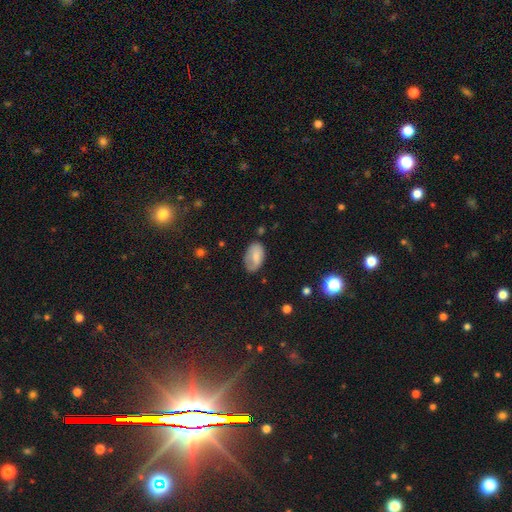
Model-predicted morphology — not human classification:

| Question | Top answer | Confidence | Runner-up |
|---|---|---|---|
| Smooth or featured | smooth | 73% | featured or disk (18%) |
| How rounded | in between | 93% | round (6%) |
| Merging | none | 61% | minor disturbance (27%) |